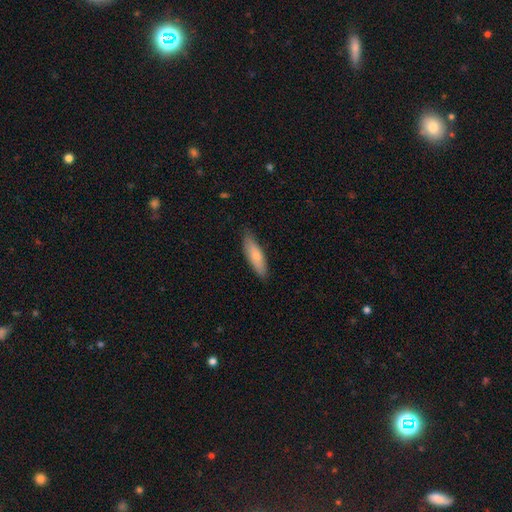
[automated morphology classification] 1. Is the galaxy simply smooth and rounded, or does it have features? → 76% smooth, 19% featured or disk, 5% star or artifact.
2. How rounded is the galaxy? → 59% cigar-shaped, 39% in between, 2% round.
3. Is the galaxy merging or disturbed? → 82% none, 14% minor disturbance, 2% major disturbance, 1% merger.